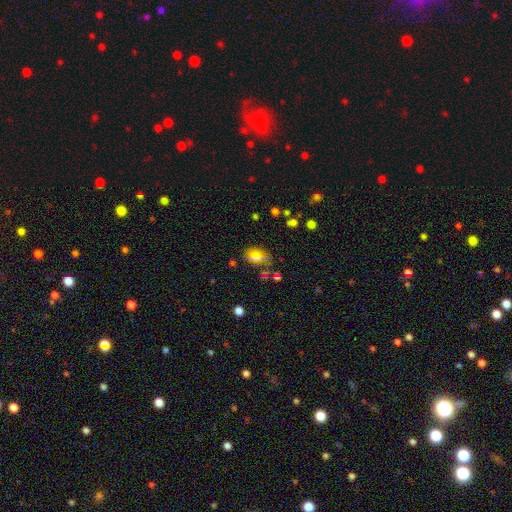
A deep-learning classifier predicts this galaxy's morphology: Overall: smooth (52%; star or artifact 27%). How rounded: in between (71%). Merging: none (60%).